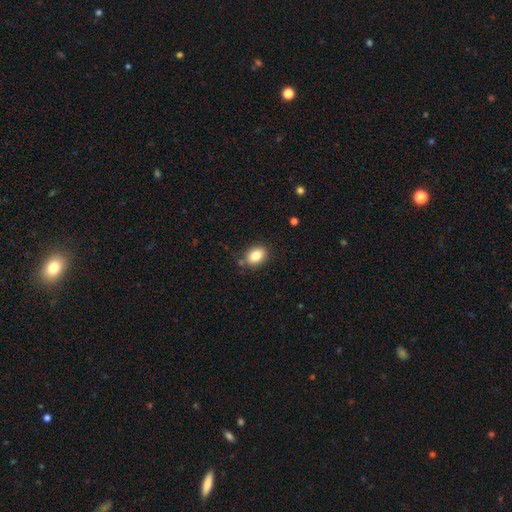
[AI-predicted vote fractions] Q: Smooth or featured?
A: smooth (84%); runner-up: star or artifact (9%)
Q: How rounded?
A: in between (71%); runner-up: round (28%)
Q: Merging?
A: none (81%); runner-up: minor disturbance (12%)